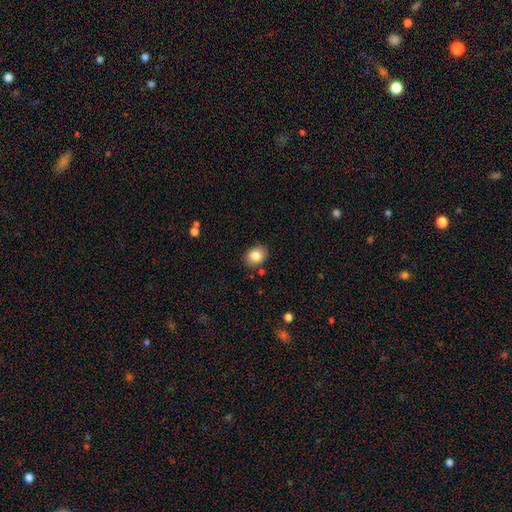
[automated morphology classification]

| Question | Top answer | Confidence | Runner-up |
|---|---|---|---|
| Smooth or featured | smooth | 84% | star or artifact (9%) |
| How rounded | in between | 54% | round (45%) |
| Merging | none | 85% | minor disturbance (10%) |